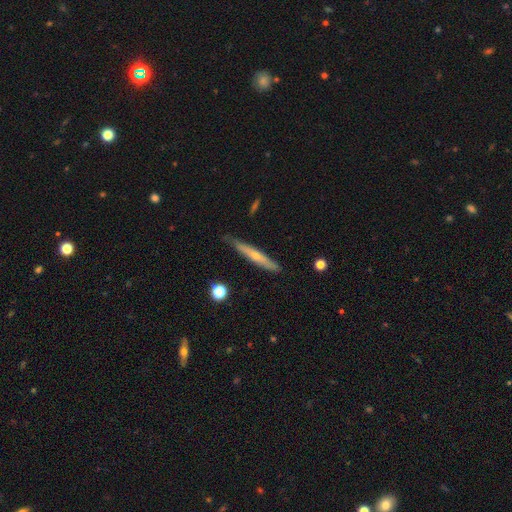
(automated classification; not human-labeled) Smooth or featured?
  - featured or disk: 53% *
  - smooth: 41%
  - star or artifact: 6%
Edge-on disk?
  - yes: 90% *
  - no: 10%
Merging?
  - none: 79% *
  - minor disturbance: 17%
  - major disturbance: 3%
  - merger: 2%